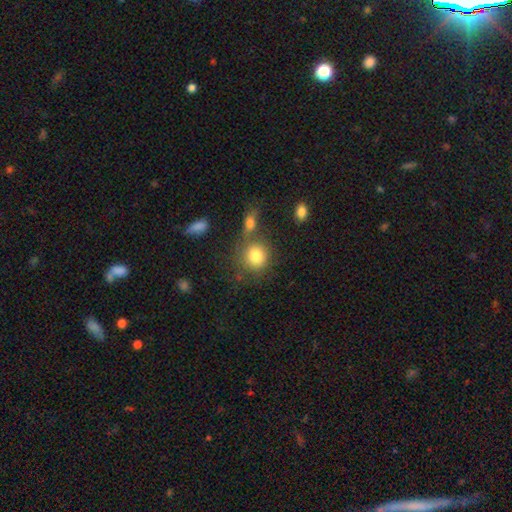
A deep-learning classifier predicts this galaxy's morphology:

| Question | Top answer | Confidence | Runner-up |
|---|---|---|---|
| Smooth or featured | smooth | 81% | featured or disk (10%) |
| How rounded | round | 80% | in between (18%) |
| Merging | none | 57% | merger (23%) |